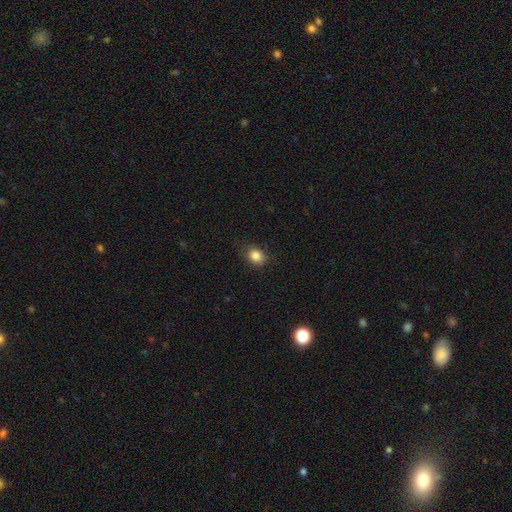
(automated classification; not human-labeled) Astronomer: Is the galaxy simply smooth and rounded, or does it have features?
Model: smooth — 85%.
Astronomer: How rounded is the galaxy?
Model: round — 52% (runner-up: in between, 47%).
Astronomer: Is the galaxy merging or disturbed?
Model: none — 82%.